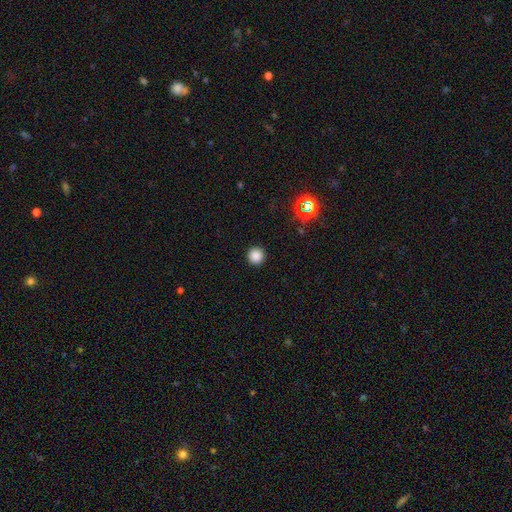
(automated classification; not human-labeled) smooth-or-featured: smooth: 84% | star or artifact: 13% | featured or disk: 3%
  how-rounded: round: 96% | in between: 3% | cigar-shaped: 1%
  merging: none: 92% | minor disturbance: 5% | major disturbance: 2% | merger: 1%